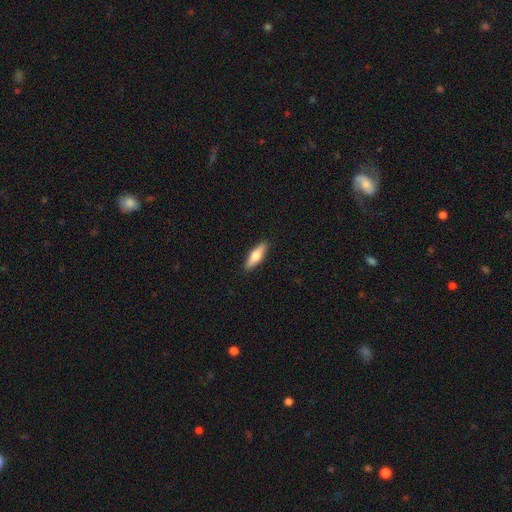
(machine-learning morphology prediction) Smooth or featured? Predicted: smooth (p=0.65). How rounded? Predicted: in between (p=0.50). Merging? Predicted: none (p=0.90).